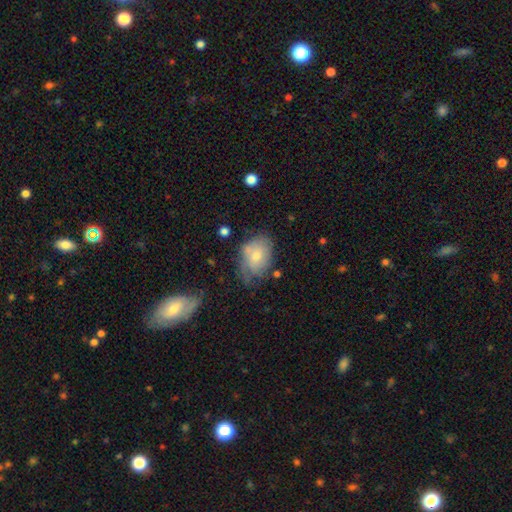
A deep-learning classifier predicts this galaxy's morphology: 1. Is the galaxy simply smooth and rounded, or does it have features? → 59% smooth, 33% featured or disk, 8% star or artifact.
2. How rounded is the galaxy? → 74% in between, 25% round, 1% cigar-shaped.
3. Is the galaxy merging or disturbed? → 43% none, 33% minor disturbance, 17% major disturbance, 8% merger.